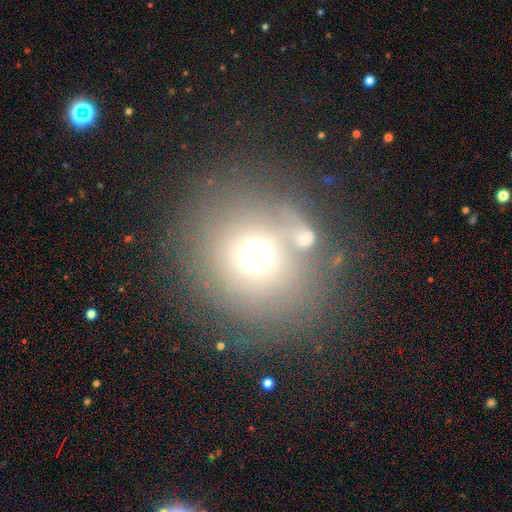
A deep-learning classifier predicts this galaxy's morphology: Smooth or featured? Predicted: smooth (p=0.62). How rounded? Predicted: round (p=0.82). Merging? Predicted: none (p=0.70).